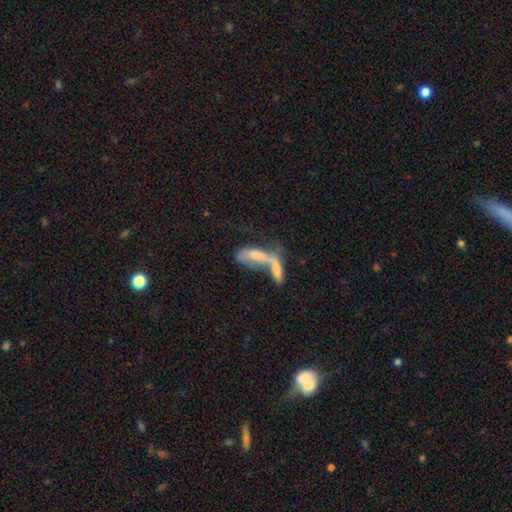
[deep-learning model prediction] smooth 59%, featured or disk 32%, star or artifact 9%. Down the decision tree: how rounded — in between (56%); merging — merger (71%).